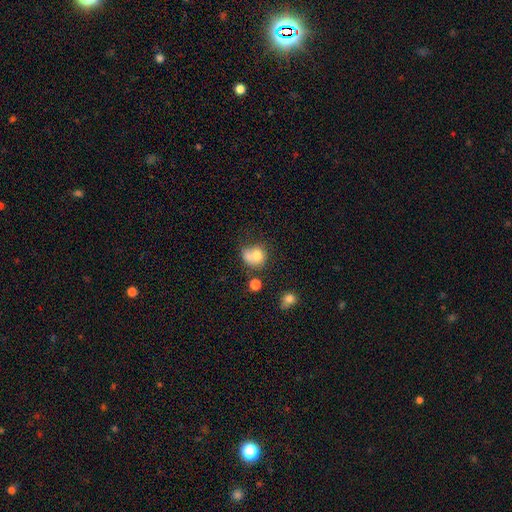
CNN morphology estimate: Smooth or featured? smooth (74%)
How rounded? round (72%)
Merging? merger (35%)